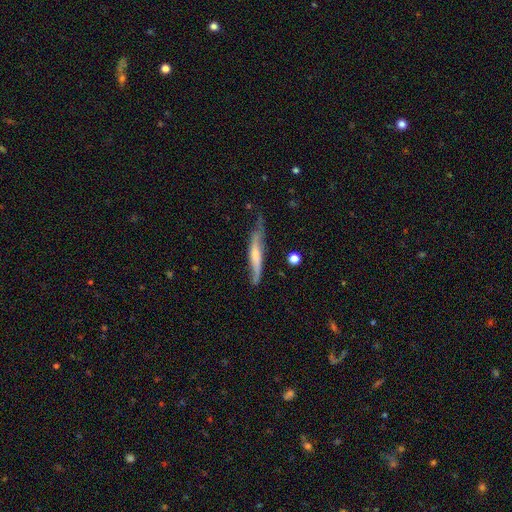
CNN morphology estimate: smooth-or-featured: featured or disk: 49% | smooth: 45% | star or artifact: 6%
  merging: none: 48% | minor disturbance: 34% | major disturbance: 13% | merger: 5%